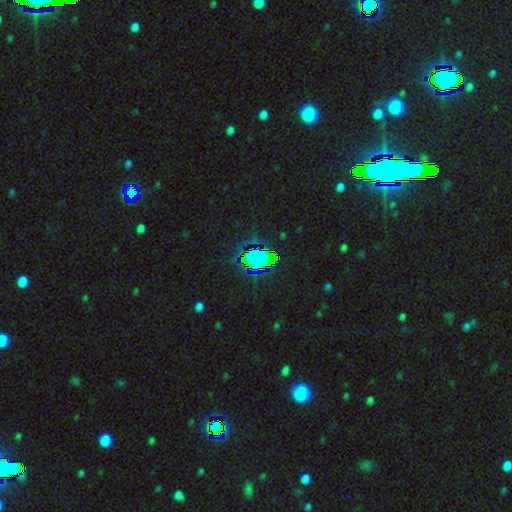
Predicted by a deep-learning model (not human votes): Q: Smooth or featured?
A: star or artifact (74%); runner-up: smooth (16%)